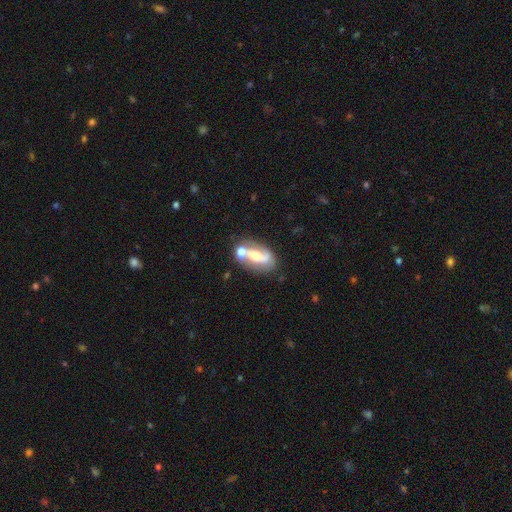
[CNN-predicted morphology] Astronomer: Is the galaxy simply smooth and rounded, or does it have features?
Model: featured or disk — 68%.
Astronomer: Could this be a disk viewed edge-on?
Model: no — 94%.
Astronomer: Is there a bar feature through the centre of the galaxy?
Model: no — 49% (runner-up: weak, 30%).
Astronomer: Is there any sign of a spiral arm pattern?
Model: yes — 76%.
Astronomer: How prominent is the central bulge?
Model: moderate — 58%.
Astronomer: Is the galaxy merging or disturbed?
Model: none — 44% (runner-up: merger, 30%).